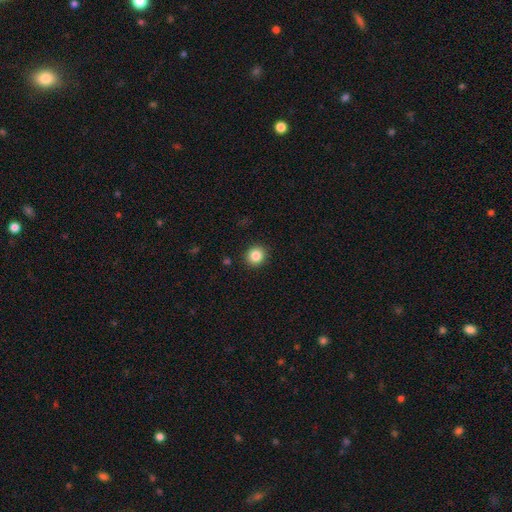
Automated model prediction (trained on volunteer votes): The model was most divided on "smooth or featured": smooth: 85%, star or artifact: 10%, featured or disk: 5%. More confident: merging — none (91%); how rounded — round (88%).